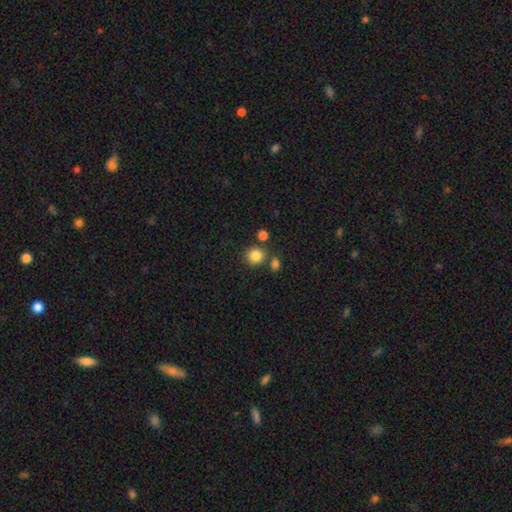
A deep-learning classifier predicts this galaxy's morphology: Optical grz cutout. It shows a smooth galaxy with no disk features (84%) that is round (88%). Merging: none (75%).